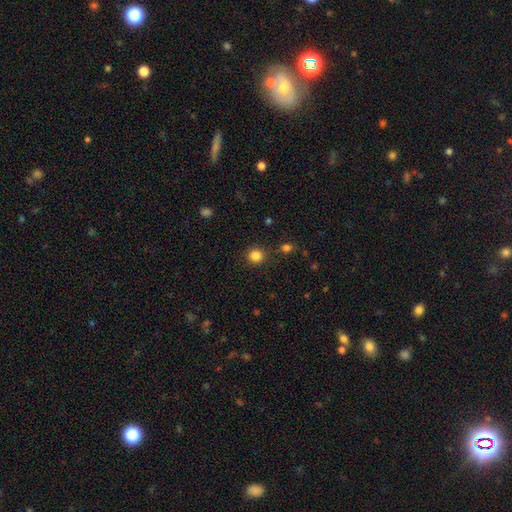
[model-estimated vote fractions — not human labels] Overall: smooth (84%). How rounded: round (91%). Merging: none (87%).